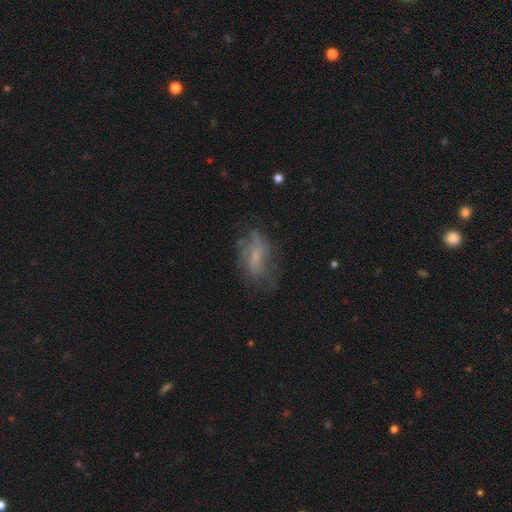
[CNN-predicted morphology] A featured or disk galaxy (53%). Merging: none (53%).